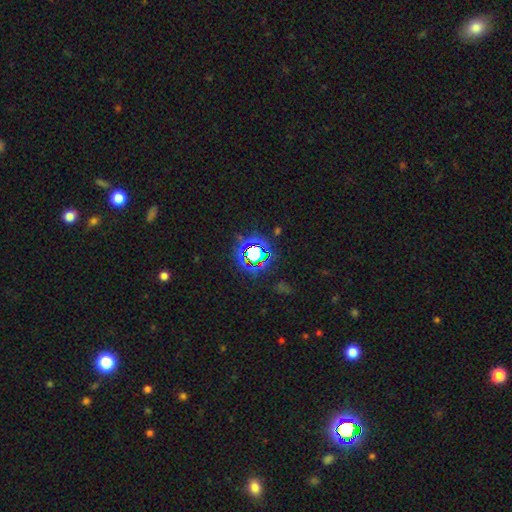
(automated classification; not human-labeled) Smooth or featured?
  - star or artifact: 70% *
  - smooth: 20%
  - featured or disk: 11%